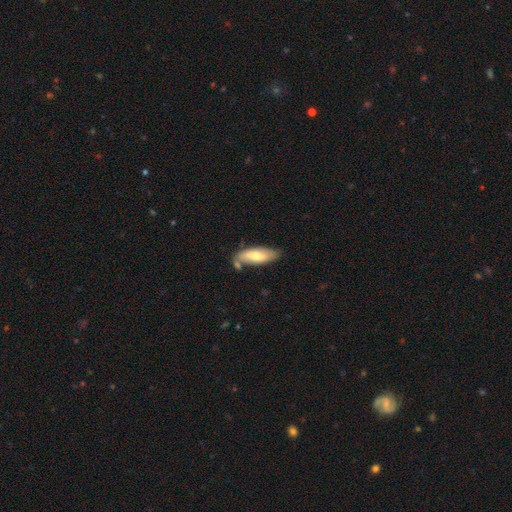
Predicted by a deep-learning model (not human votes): smooth-or-featured: smooth: 68% | featured or disk: 26% | star or artifact: 6%
  how-rounded: in between: 66% | cigar-shaped: 32% | round: 2%
  merging: none: 62% | minor disturbance: 22% | merger: 12% | major disturbance: 5%